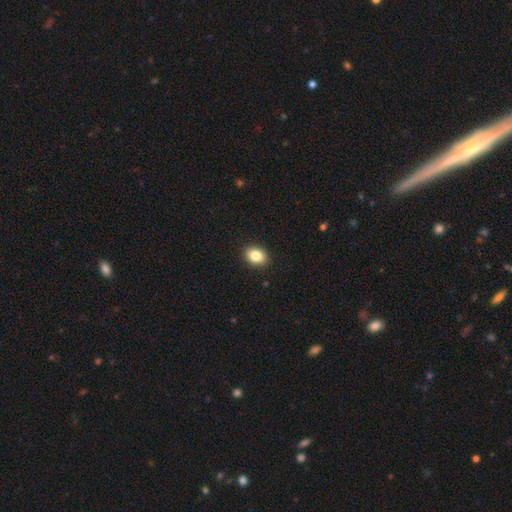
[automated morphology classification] smooth_or_featured: smooth (p=0.85) [alt: star or artifact p=0.09]
how_rounded: in between (p=0.75) [alt: round p=0.24]
merging: none (p=0.90) [alt: minor disturbance p=0.07]